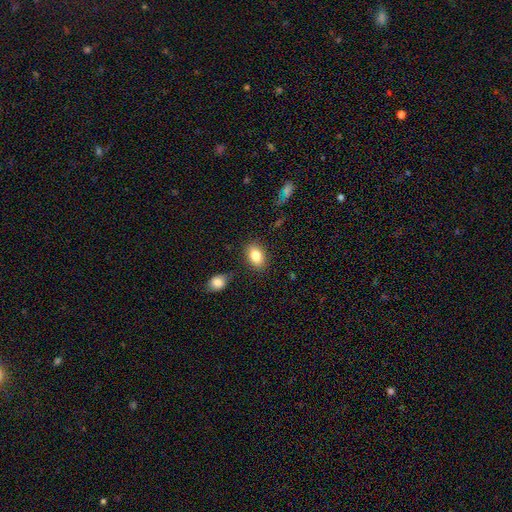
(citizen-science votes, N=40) This is clearly a smooth galaxy (85%). How rounded: clearly in between (85%). Merging: clearly none (81%).